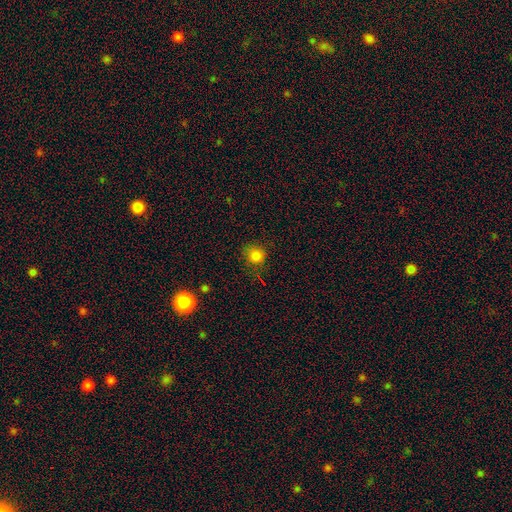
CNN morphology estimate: Smooth or featured? Predicted: smooth (p=0.82). How rounded? Predicted: round (p=0.89). Merging? Predicted: none (p=0.83).